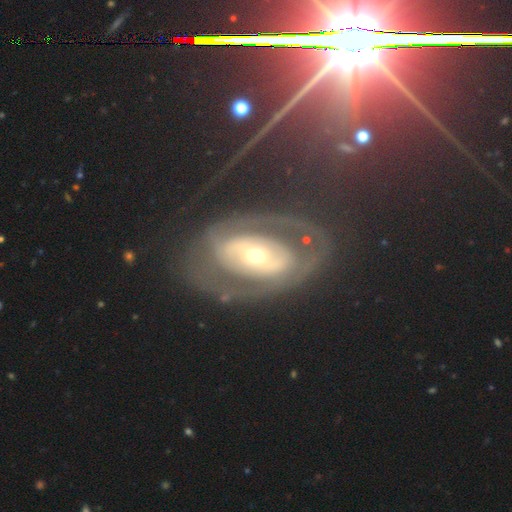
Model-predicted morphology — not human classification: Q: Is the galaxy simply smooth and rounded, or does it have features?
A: featured or disk — 72%.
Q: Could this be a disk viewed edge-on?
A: no — 92%.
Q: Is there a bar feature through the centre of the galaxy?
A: no — 42%.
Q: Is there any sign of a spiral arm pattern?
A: yes — 61%.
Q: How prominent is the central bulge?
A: small — 48%.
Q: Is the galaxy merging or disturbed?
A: none — 72%.